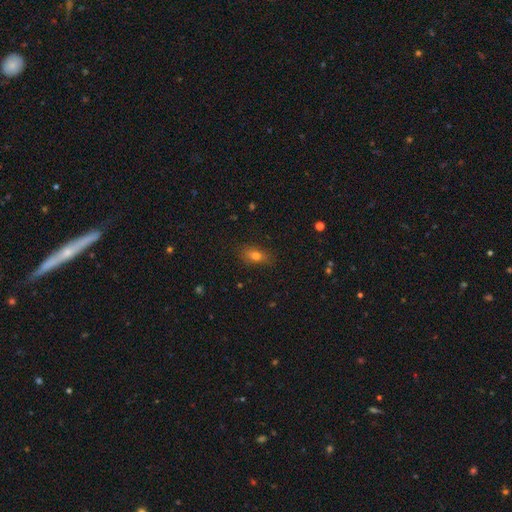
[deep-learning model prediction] Smooth or featured? Predicted: smooth (p=0.76). How rounded? Predicted: in between (p=0.77). Merging? Predicted: none (p=0.81).